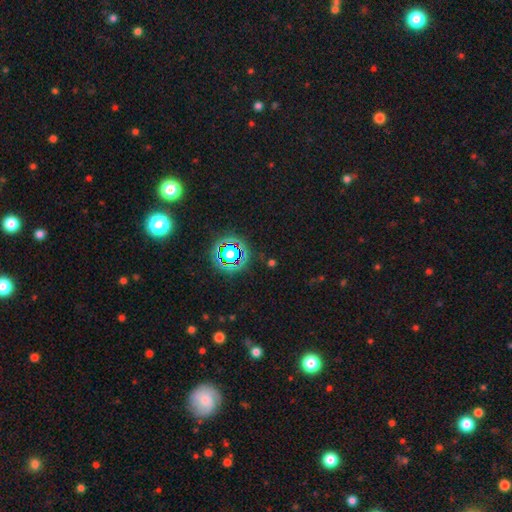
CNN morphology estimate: This is likely a star or artifact rather than a galaxy (77%).